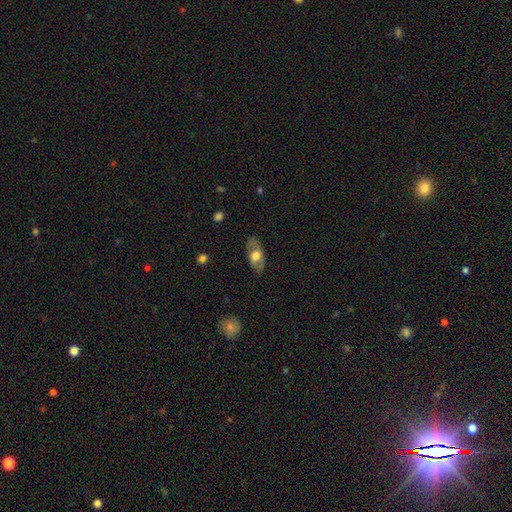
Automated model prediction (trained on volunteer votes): The model was most divided on "smooth or featured": smooth: 54%, featured or disk: 40%, star or artifact: 6%. More confident: how rounded — in between (87%); merging — none (79%).